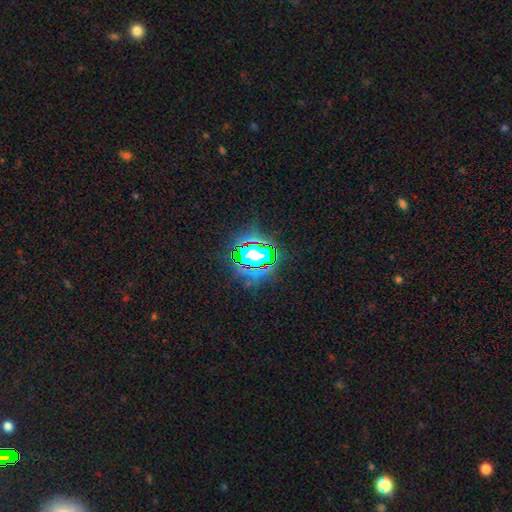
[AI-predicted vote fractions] smooth-or-featured: star or artifact: 77% | smooth: 14% | featured or disk: 9%